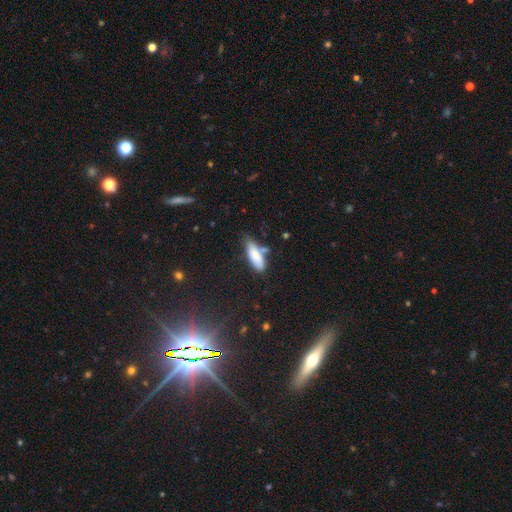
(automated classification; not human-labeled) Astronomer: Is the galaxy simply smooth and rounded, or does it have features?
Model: smooth — 81%.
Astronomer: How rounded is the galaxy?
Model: in between — 59% (runner-up: cigar-shaped, 39%).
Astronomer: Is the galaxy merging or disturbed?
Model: none — 52% (runner-up: minor disturbance, 27%).